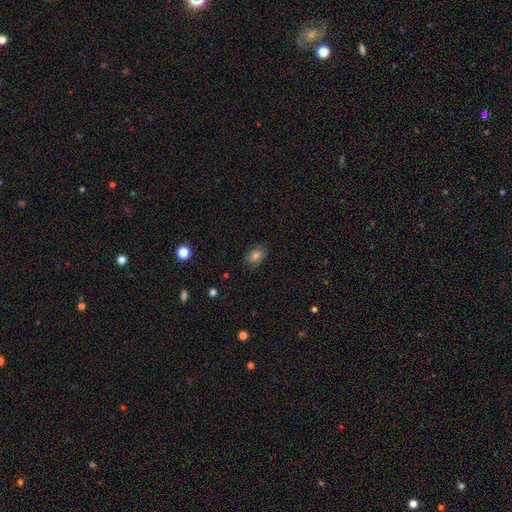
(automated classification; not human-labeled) Q: Smooth or featured?
A: smooth (74%); runner-up: featured or disk (14%)
Q: How rounded?
A: in between (78%); runner-up: round (21%)
Q: Merging?
A: none (79%); runner-up: minor disturbance (16%)